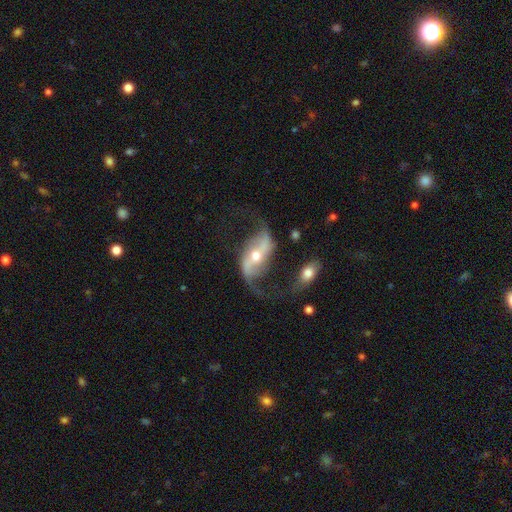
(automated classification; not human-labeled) This is clearly a featured or disk galaxy (88%). It is clearly not viewed edge-on (95%). Bar: possibly strong (49%). Spiral arm pattern: clearly yes (95%). Spiral arm count: clearly 2 (93%). Spiral winding: clearly loose (84%). Central bulge: possibly moderate (56%). Merging: likely none (64%).